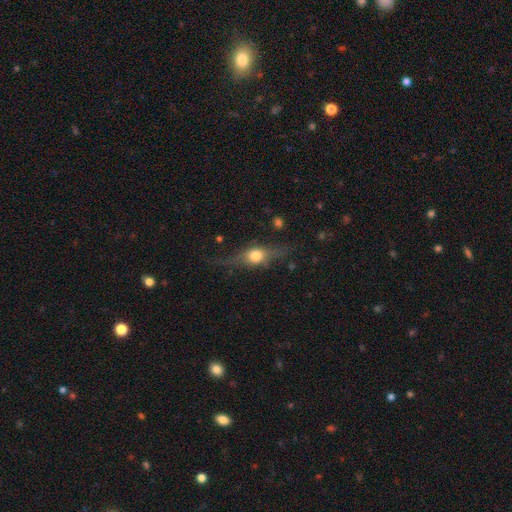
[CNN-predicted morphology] The model was most divided on "smooth or featured": featured or disk: 55%, smooth: 36%, star or artifact: 10%. More confident: edge-on disk — yes (89%); merging — none (71%).